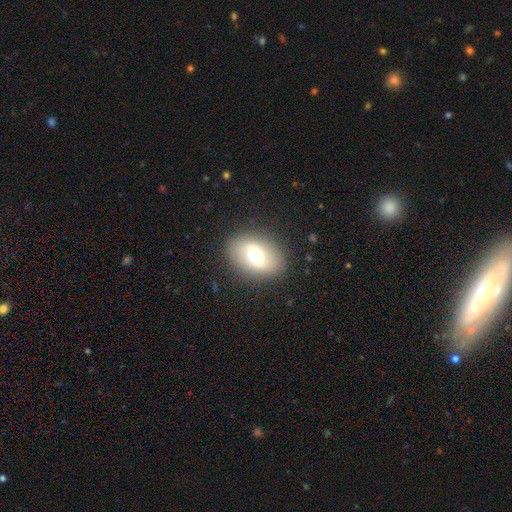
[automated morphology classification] Smooth or featured: smooth — 52% (featured or disk — 38%)
How rounded: in between — 69% (round — 29%)
Merging: none — 84% (minor disturbance — 10%)